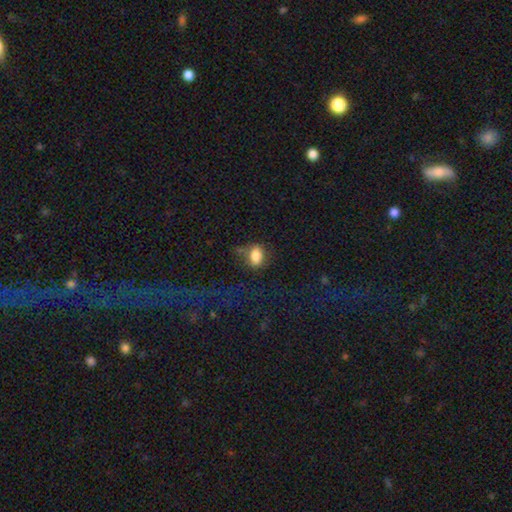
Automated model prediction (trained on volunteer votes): The model was most divided on "merging": none: 53%, minor disturbance: 27%, major disturbance: 13%, merger: 7%. More confident: smooth or featured — smooth (82%); how rounded — in between (71%).